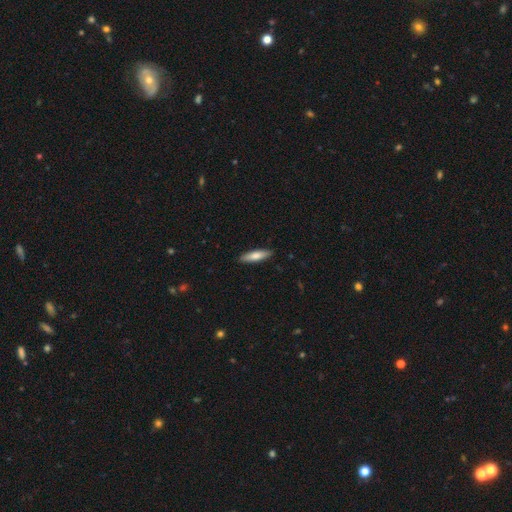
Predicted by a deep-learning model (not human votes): smooth_or_featured: smooth (p=0.75) [alt: featured or disk p=0.20]
how_rounded: cigar-shaped (p=0.69) [alt: in between p=0.29]
merging: none (p=0.90) [alt: minor disturbance p=0.08]